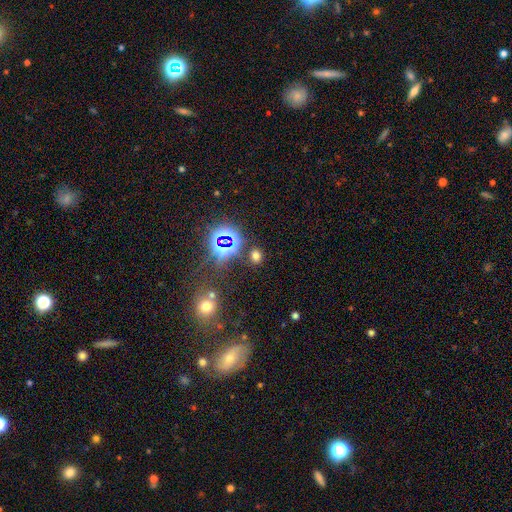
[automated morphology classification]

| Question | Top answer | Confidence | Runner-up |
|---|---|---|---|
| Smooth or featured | smooth | 59% | star or artifact (35%) |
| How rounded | round | 59% | in between (40%) |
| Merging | none | 83% | minor disturbance (9%) |